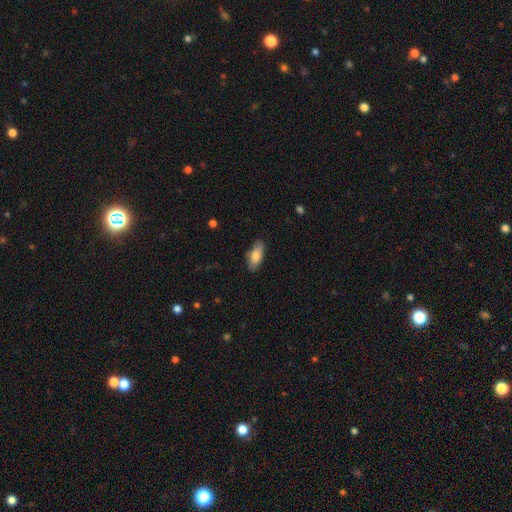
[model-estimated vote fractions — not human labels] Smooth or featured?
  - smooth: 77% *
  - featured or disk: 17%
  - star or artifact: 6%
How rounded?
  - in between: 84% *
  - cigar-shaped: 14%
  - round: 2%
Merging?
  - none: 83% *
  - minor disturbance: 13%
  - major disturbance: 2%
  - merger: 1%